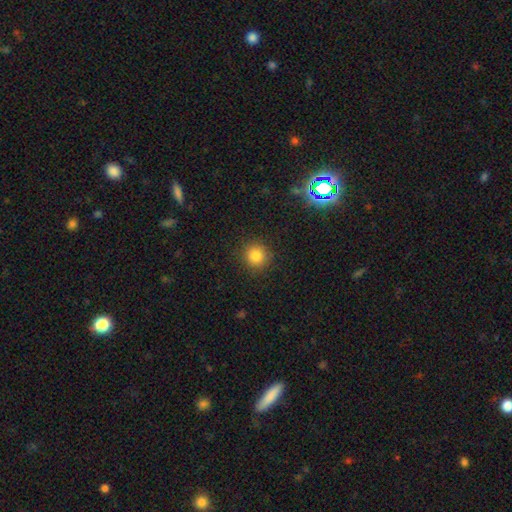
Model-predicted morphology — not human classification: smooth_or_featured: smooth (p=0.81) [alt: star or artifact p=0.13]
how_rounded: round (p=0.92) [alt: in between p=0.07]
merging: none (p=0.89) [alt: minor disturbance p=0.07]